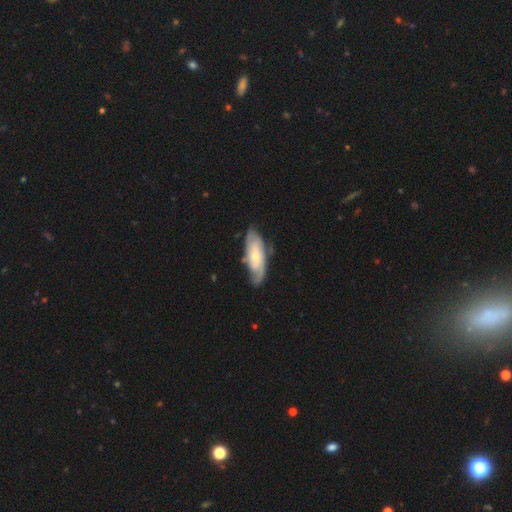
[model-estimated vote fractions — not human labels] Smooth or featured?
  - featured or disk: 65% *
  - smooth: 29%
  - star or artifact: 6%
Edge-on disk?
  - no: 83% *
  - yes: 17%
Bar?
  - no: 72% *
  - weak: 22%
  - strong: 6%
Spiral arms?
  - yes: 86% *
  - no: 14%
Bulge size?
  - small: 58% *
  - moderate: 36%
  - none: 2%
  - large: 2%
  - dominant: 1%
Merging?
  - none: 72% *
  - minor disturbance: 20%
  - major disturbance: 6%
  - merger: 2%